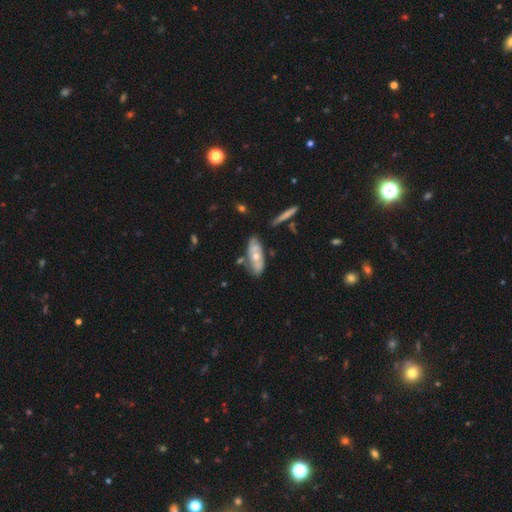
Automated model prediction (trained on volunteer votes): This appears to be a featured or disk galaxy (51%). Merging: none (64%).